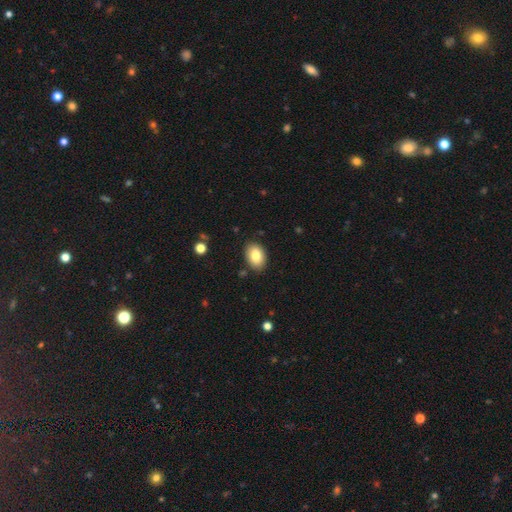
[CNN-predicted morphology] This appears to be a smooth galaxy with no disk features (84%) that is in between round and cigar-shaped (83%). Merging: none (87%).